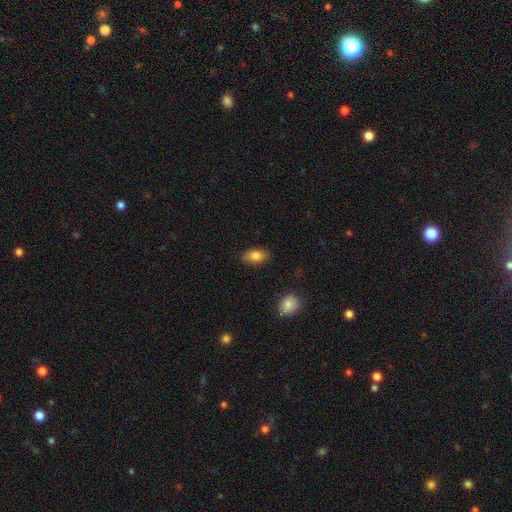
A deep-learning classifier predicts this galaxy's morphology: Smooth or featured? smooth (81%)
How rounded? in between (90%)
Merging? none (86%)